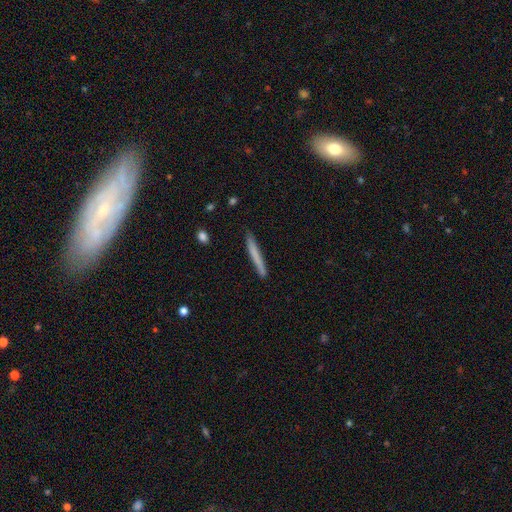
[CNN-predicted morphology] Smooth or featured? Predicted: smooth (p=0.69). How rounded? Predicted: cigar-shaped (p=0.97). Merging? Predicted: none (p=0.89).